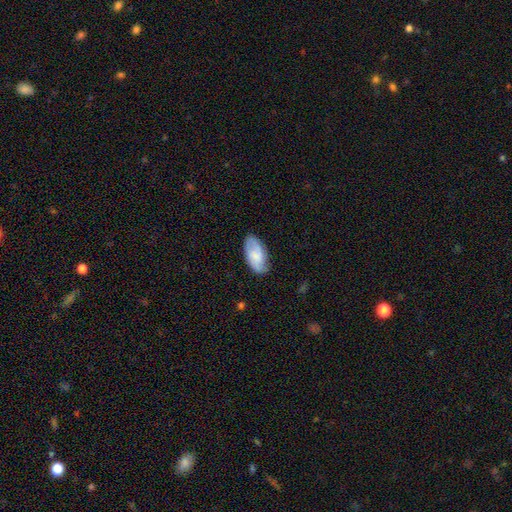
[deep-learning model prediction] The model was most divided on "smooth or featured": smooth: 51%, featured or disk: 42%, star or artifact: 7%. More confident: how rounded — in between (94%); merging — none (77%).